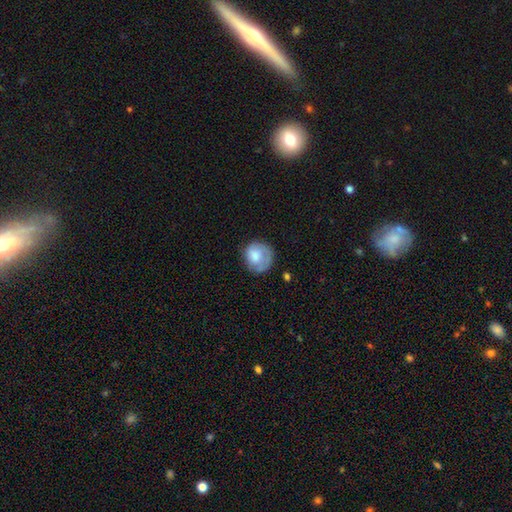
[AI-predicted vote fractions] Q: Smooth or featured?
A: smooth (70%); runner-up: featured or disk (23%)
Q: How rounded?
A: round (82%); runner-up: in between (17%)
Q: Merging?
A: none (59%); runner-up: minor disturbance (26%)